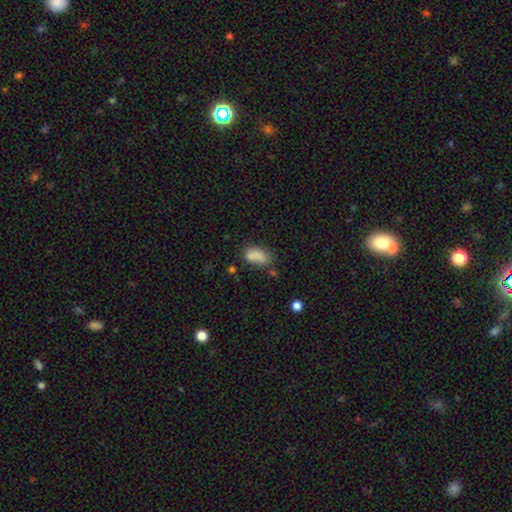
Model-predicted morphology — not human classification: smooth 81%, star or artifact 10%, featured or disk 9%. Down the decision tree: how rounded — in between (88%); merging — none (49%).